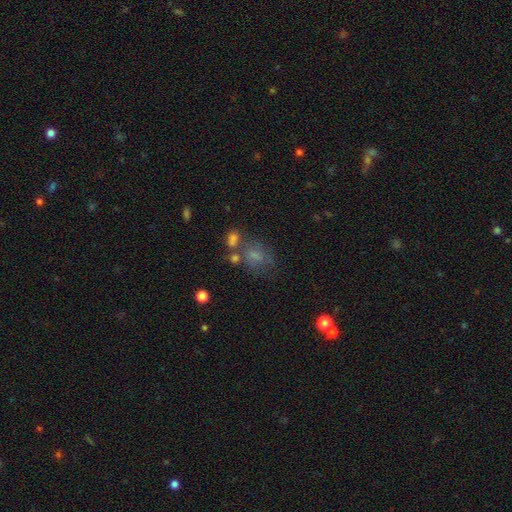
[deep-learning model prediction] This appears to be a smooth galaxy with no disk features (64%) that is in between round and cigar-shaped (55%). Merging: none (41%).